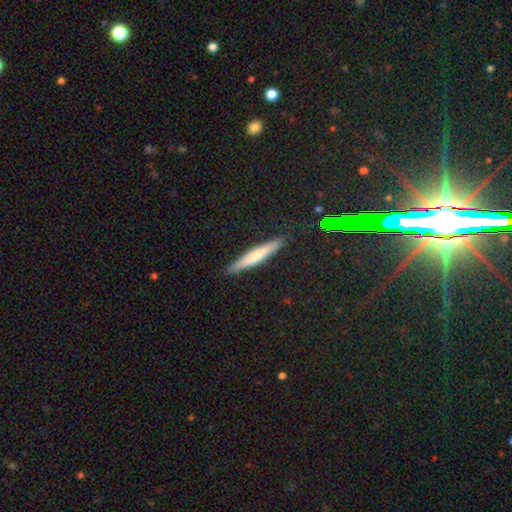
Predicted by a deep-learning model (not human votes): A smooth galaxy with no disk features (59%) that is cigar-shaped (93%). Merging: none (89%).